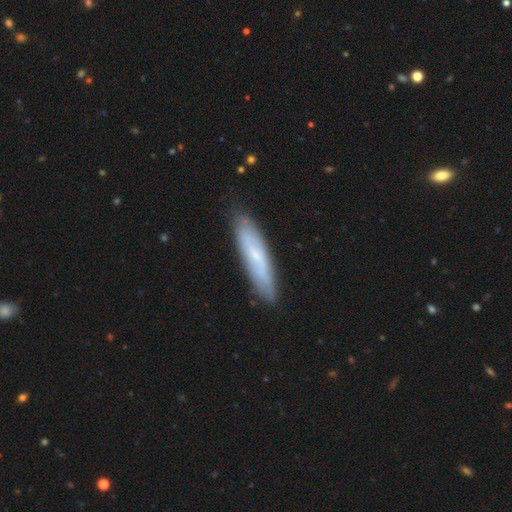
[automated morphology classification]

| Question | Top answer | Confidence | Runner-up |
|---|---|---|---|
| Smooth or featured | smooth | 50% | featured or disk (44%) |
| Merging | none | 83% | minor disturbance (13%) |